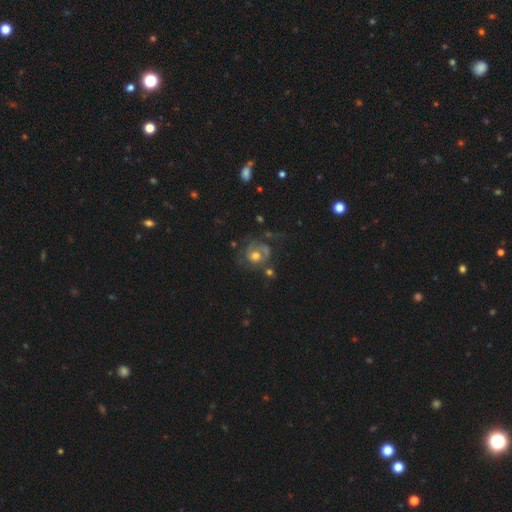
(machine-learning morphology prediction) A featured or disk galaxy (65%) with no bar (80%), 2 (35%) tight (50%) spiral arms (79%) and a moderate central bulge (68%). Merging: none (48%).